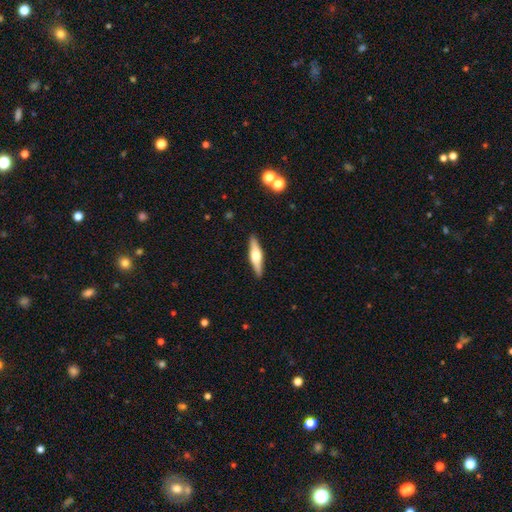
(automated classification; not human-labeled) Overall: featured or disk (58%; smooth 36%). Edge-on disk: yes (95%). Edge-on bulge: rounded (92%). Merging: none (90%).